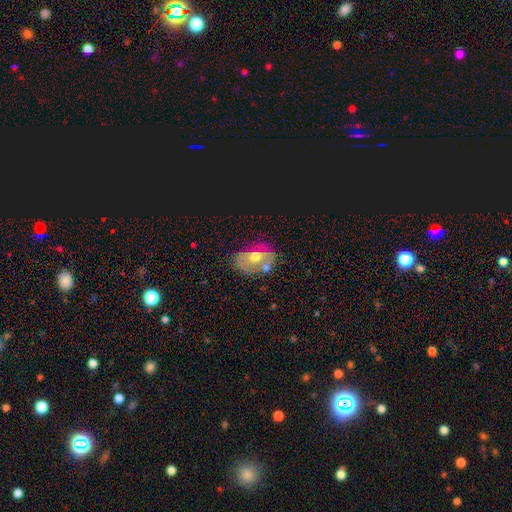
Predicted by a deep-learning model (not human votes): A featured or disk galaxy (48%). Merging: none (58%).